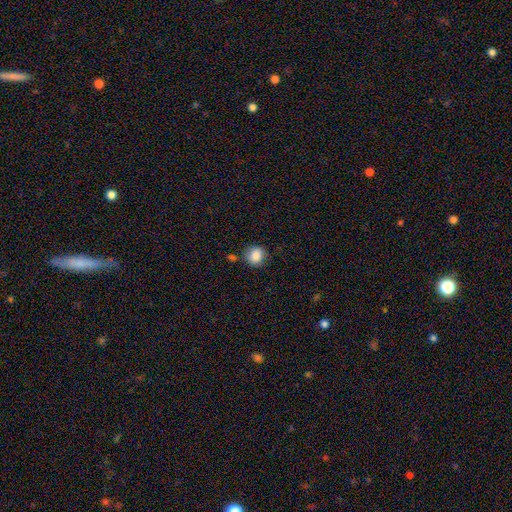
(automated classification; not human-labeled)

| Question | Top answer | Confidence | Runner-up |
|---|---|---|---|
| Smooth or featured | smooth | 86% | star or artifact (9%) |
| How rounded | round | 86% | in between (13%) |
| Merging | none | 77% | minor disturbance (14%) |